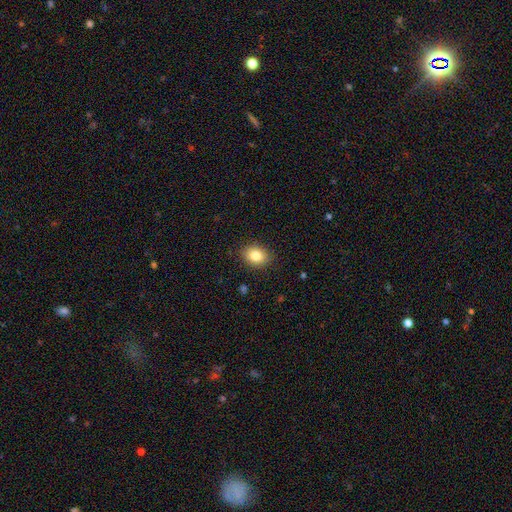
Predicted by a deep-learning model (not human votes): Smooth or featured?
  - smooth: 83% *
  - star or artifact: 9%
  - featured or disk: 8%
How rounded?
  - in between: 61% *
  - round: 38%
  - cigar-shaped: 1%
Merging?
  - none: 87% *
  - minor disturbance: 9%
  - major disturbance: 2%
  - merger: 1%